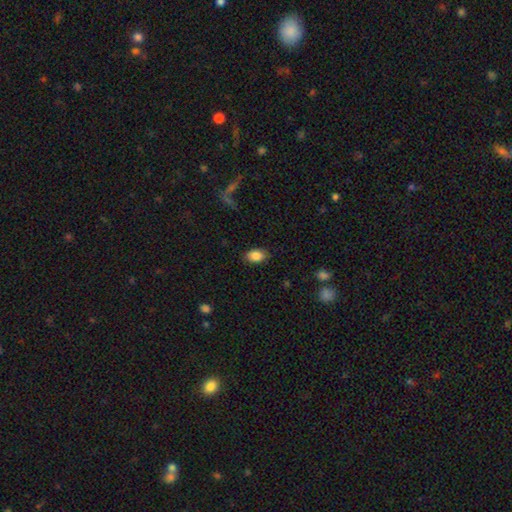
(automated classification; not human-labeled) Smooth or featured? Predicted: smooth (p=0.86). How rounded? Predicted: in between (p=0.89). Merging? Predicted: none (p=0.85).